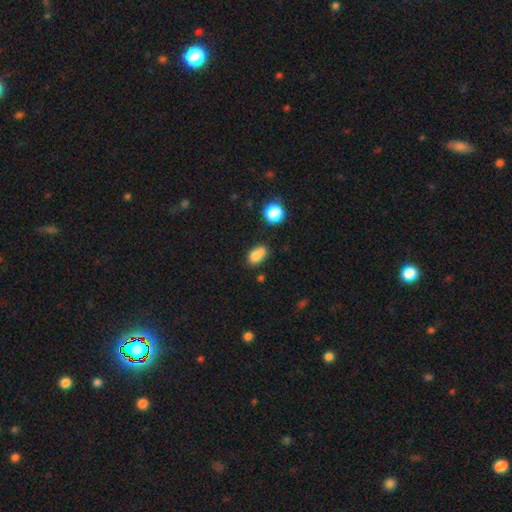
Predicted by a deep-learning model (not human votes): Smooth or featured? smooth (77%)
How rounded? in between (72%)
Merging? none (44%)